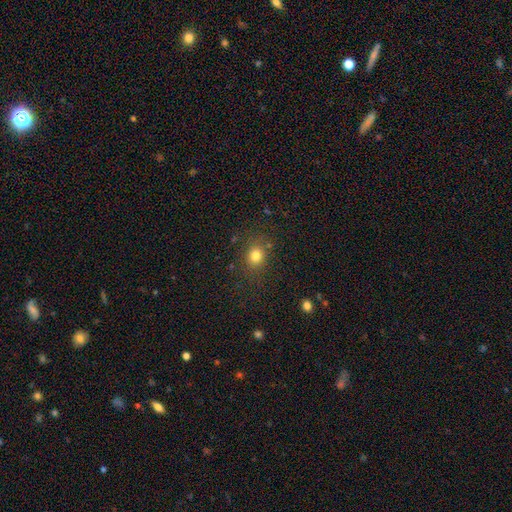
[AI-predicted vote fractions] Smooth or featured: smooth — 79% (star or artifact — 14%)
How rounded: round — 68% (in between — 31%)
Merging: none — 81% (minor disturbance — 12%)